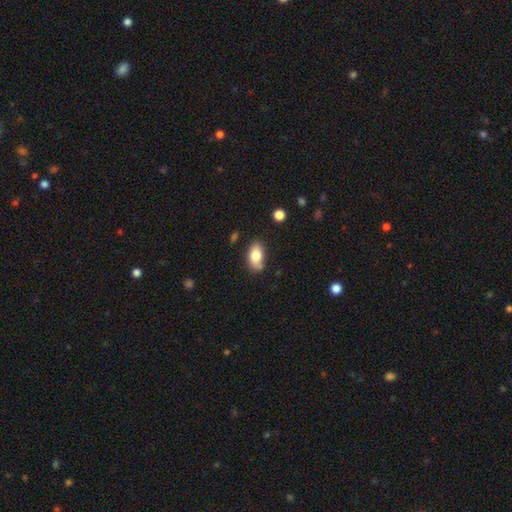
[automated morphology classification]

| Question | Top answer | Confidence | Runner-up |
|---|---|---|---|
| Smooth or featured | smooth | 81% | featured or disk (12%) |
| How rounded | in between | 92% | round (5%) |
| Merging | none | 75% | minor disturbance (18%) |